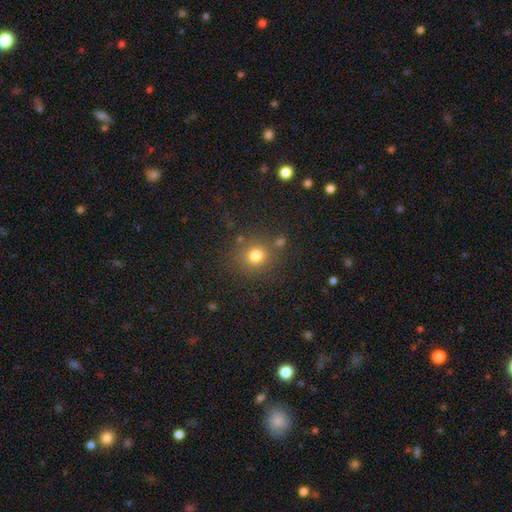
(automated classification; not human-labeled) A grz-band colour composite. It shows a smooth galaxy with no disk features (77%) that is round (87%). Merging: none (79%).